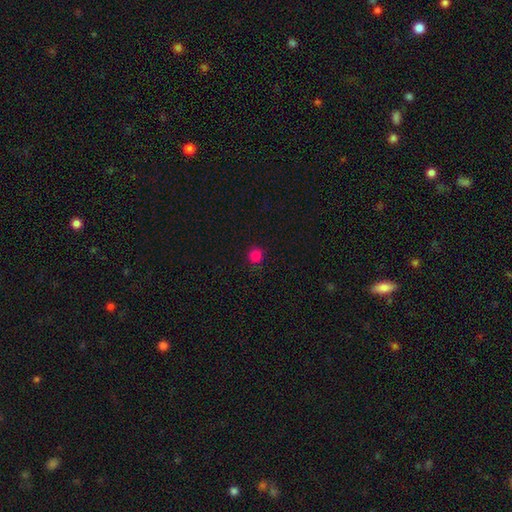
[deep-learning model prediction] Smooth or featured?
  - smooth: 82% *
  - star or artifact: 16%
  - featured or disk: 3%
How rounded?
  - round: 93% *
  - in between: 6%
  - cigar-shaped: 1%
Merging?
  - none: 89% *
  - minor disturbance: 7%
  - major disturbance: 2%
  - merger: 1%